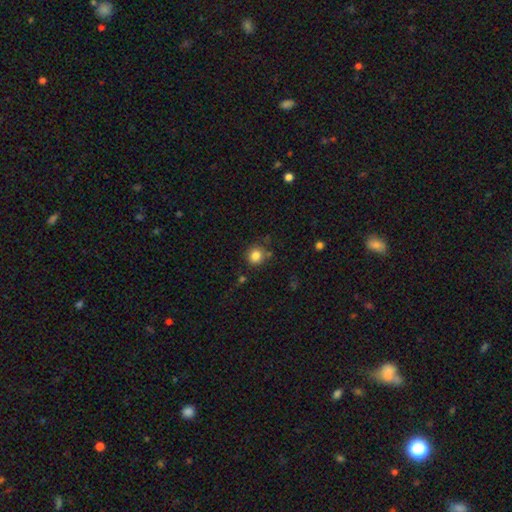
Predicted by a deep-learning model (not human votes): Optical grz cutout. It shows a smooth galaxy with no disk features (84%) that is round (86%). Merging: none (76%).